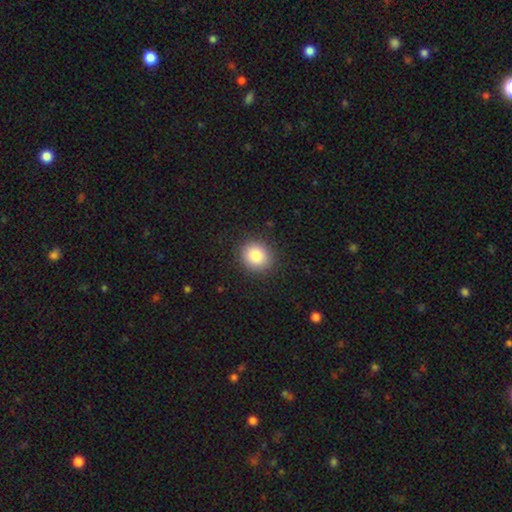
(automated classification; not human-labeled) Smooth or featured?
  - smooth: 84% *
  - star or artifact: 9%
  - featured or disk: 7%
How rounded?
  - round: 80% *
  - in between: 19%
  - cigar-shaped: 1%
Merging?
  - none: 90% *
  - minor disturbance: 7%
  - major disturbance: 2%
  - merger: 1%